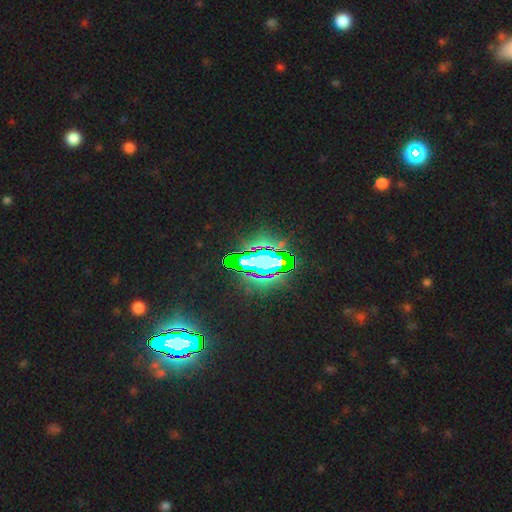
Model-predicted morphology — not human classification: Q: Smooth or featured?
A: star or artifact (76%); runner-up: smooth (13%)